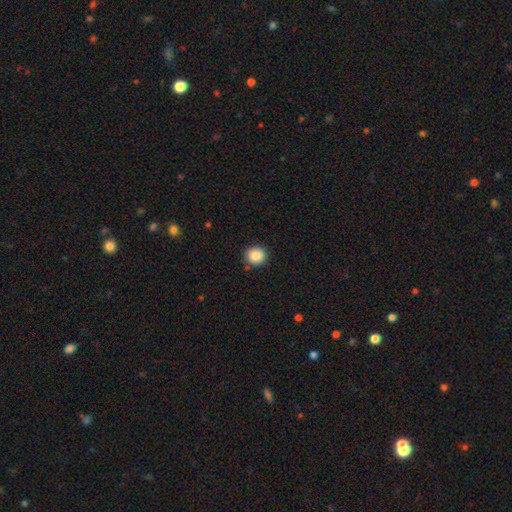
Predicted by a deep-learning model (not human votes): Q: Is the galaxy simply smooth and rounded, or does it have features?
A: smooth — 88%.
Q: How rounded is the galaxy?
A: round — 85%.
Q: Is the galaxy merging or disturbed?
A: none — 88%.